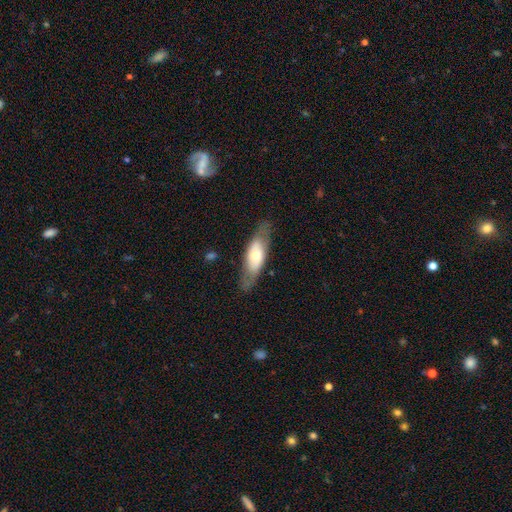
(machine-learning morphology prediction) Smooth or featured? smooth (50%)
How rounded? in between (62%)
Merging? none (76%)